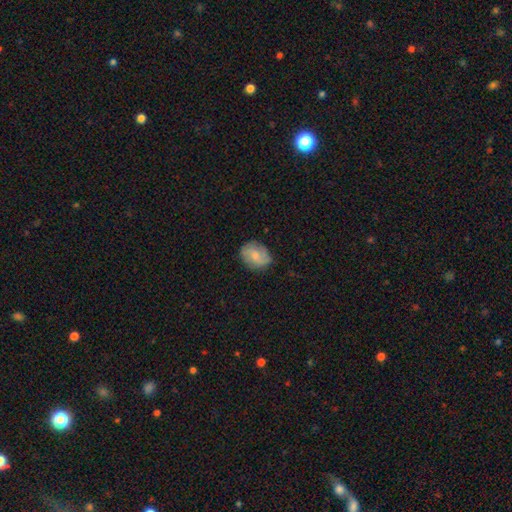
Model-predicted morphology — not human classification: Smooth or featured: smooth — 59% (featured or disk — 34%)
How rounded: in between — 52% (round — 47%)
Merging: none — 74% (minor disturbance — 20%)